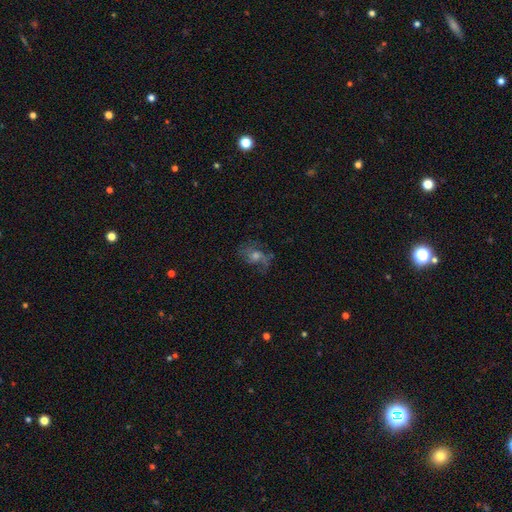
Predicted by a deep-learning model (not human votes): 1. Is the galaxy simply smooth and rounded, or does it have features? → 58% featured or disk, 23% smooth, 18% star or artifact.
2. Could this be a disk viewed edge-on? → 95% no, 5% yes.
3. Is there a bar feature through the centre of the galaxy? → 68% no, 27% weak, 5% strong.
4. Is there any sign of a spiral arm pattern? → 80% yes, 20% no.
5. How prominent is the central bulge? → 54% moderate, 30% small, 9% large, 5% none, 2% dominant.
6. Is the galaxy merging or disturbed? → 61% none, 20% minor disturbance, 18% major disturbance, 2% merger.